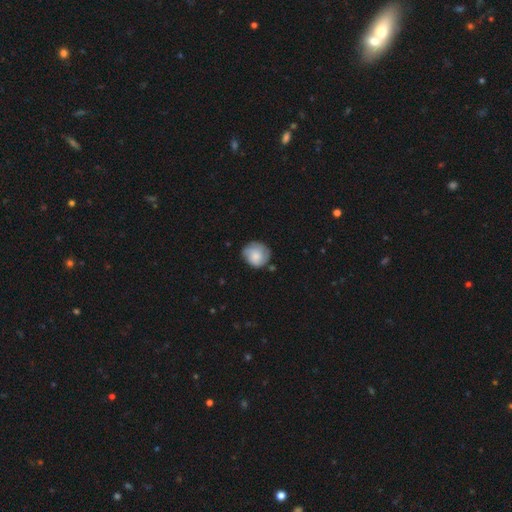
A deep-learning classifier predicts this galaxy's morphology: This appears to be a smooth galaxy with no disk features (57%) that is round (84%). Merging: none (70%).